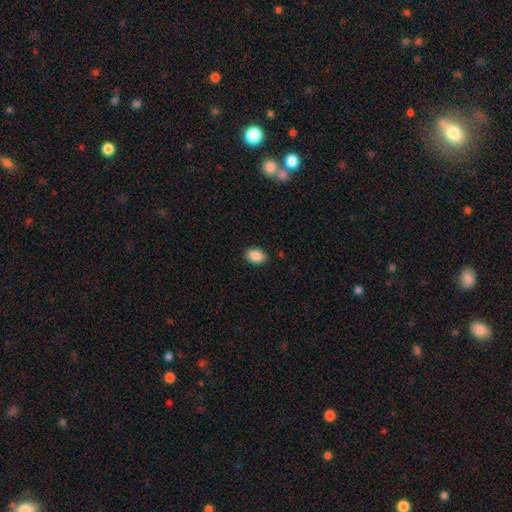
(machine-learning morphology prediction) This appears to be a smooth galaxy with no disk features (89%) that is in between round and cigar-shaped (84%). Merging: none (88%).